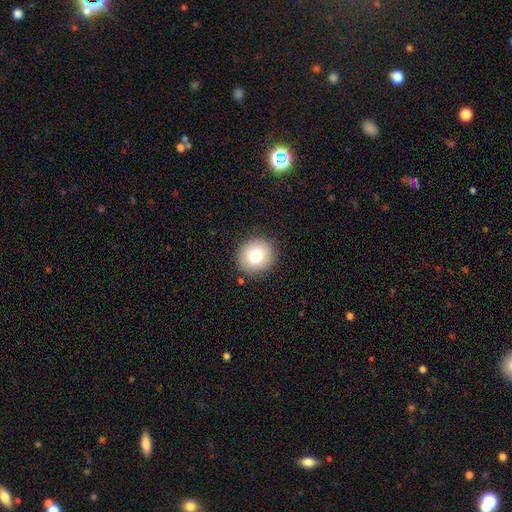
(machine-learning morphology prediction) smooth-or-featured: smooth: 78% | featured or disk: 12% | star or artifact: 11%
  how-rounded: round: 88% | in between: 12% | cigar-shaped: 1%
  merging: none: 89% | minor disturbance: 7% | major disturbance: 2% | merger: 1%